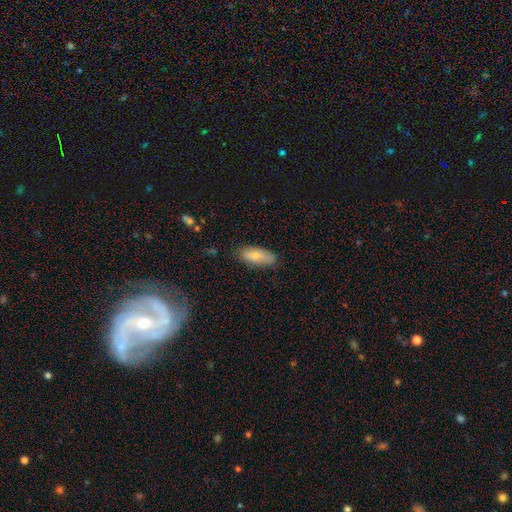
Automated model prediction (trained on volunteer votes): The model was most divided on "merging": none: 79%, minor disturbance: 17%, major disturbance: 3%, merger: 1%. More confident: smooth or featured — smooth (81%); how rounded — in between (81%).